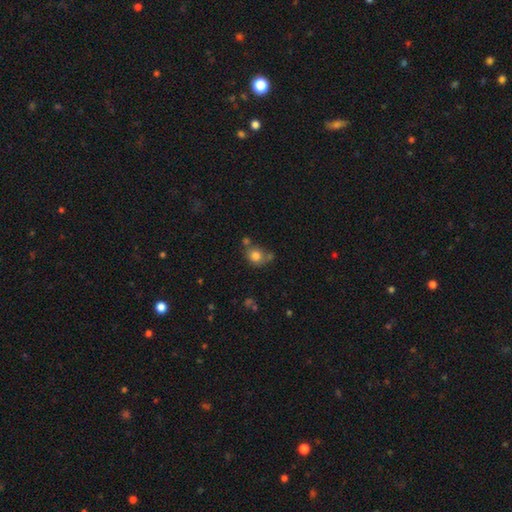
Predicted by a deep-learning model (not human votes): Smooth or featured: smooth — 79% (star or artifact — 12%)
How rounded: round — 72% (in between — 27%)
Merging: none — 57% (merger — 21%)